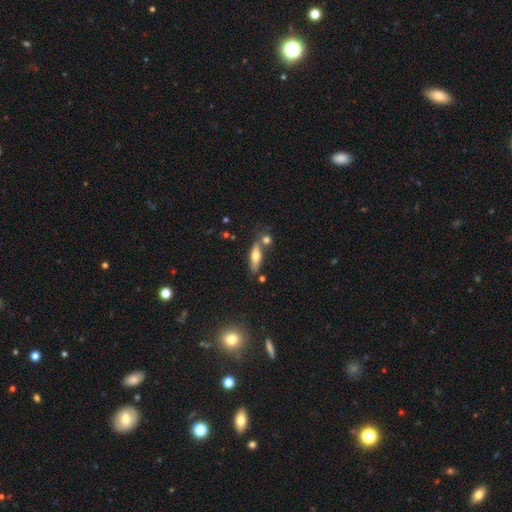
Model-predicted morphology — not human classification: Smooth or featured? smooth (57%)
How rounded? cigar-shaped (53%)
Merging? none (64%)